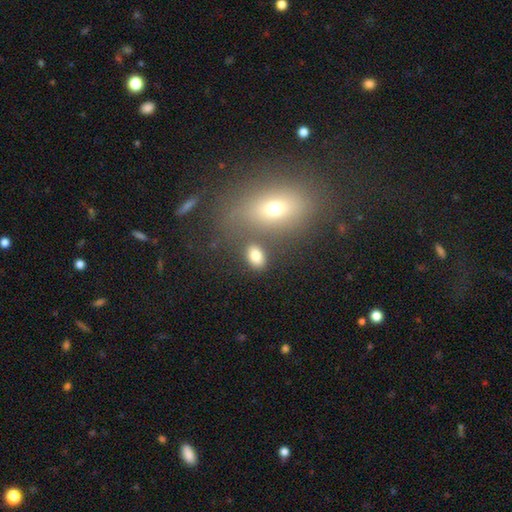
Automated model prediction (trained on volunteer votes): smooth 80%, star or artifact 11%, featured or disk 9%. Down the decision tree: how rounded — in between (83%); merging — none (73%).